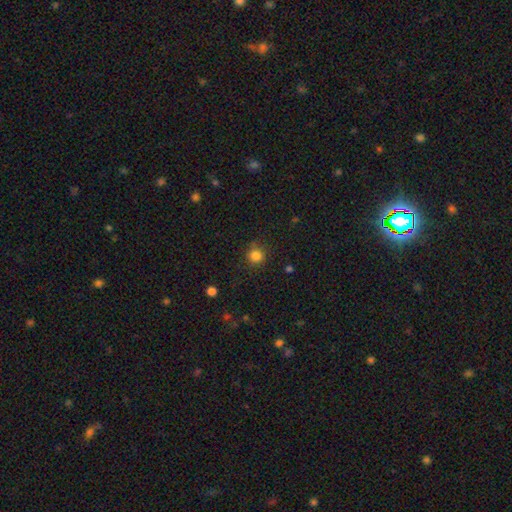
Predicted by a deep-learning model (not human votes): This appears to be a smooth galaxy with no disk features (83%) that is round (91%). Merging: none (82%).